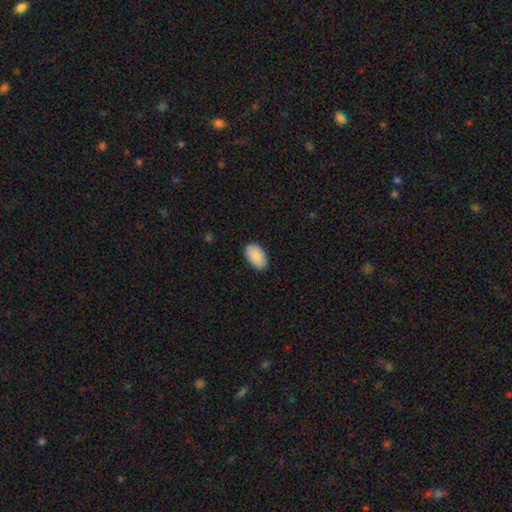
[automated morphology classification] Smooth or featured? Predicted: smooth (p=0.91). How rounded? Predicted: in between (p=0.95). Merging? Predicted: none (p=0.88).